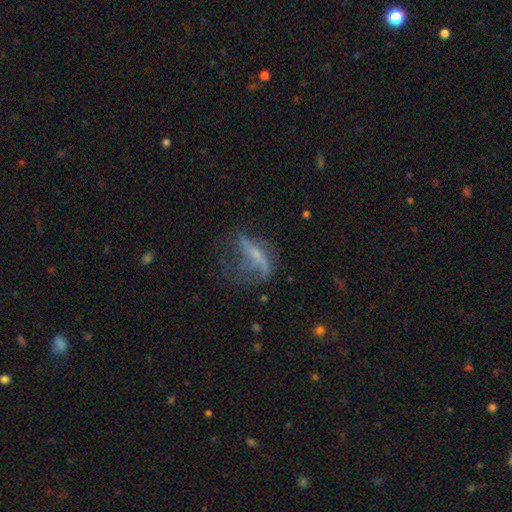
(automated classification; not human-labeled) Smooth or featured?
  - featured or disk: 63% *
  - smooth: 25%
  - star or artifact: 12%
Edge-on disk?
  - no: 82% *
  - yes: 18%
Bar?
  - no: 47% *
  - strong: 26%
  - weak: 26%
Spiral arms?
  - yes: 55% *
  - no: 45%
Bulge size?
  - small: 61% *
  - none: 23%
  - moderate: 13%
  - large: 2%
  - dominant: 1%
Merging?
  - major disturbance: 43% *
  - none: 33%
  - minor disturbance: 21%
  - merger: 4%